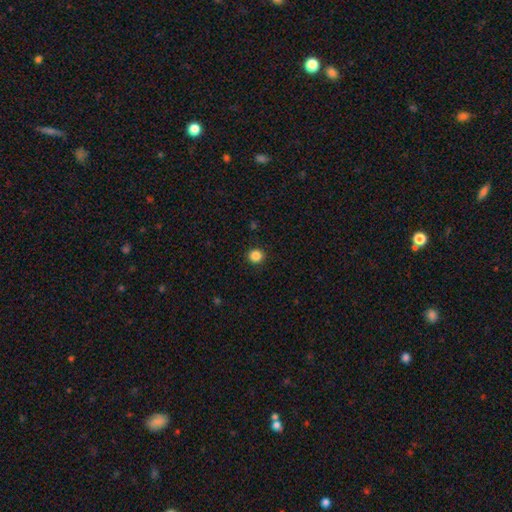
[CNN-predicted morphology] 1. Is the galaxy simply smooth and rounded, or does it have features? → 86% smooth, 11% star or artifact, 3% featured or disk.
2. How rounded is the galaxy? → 91% round, 8% in between, 1% cigar-shaped.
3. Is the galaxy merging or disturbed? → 92% none, 5% minor disturbance, 2% major disturbance, 1% merger.